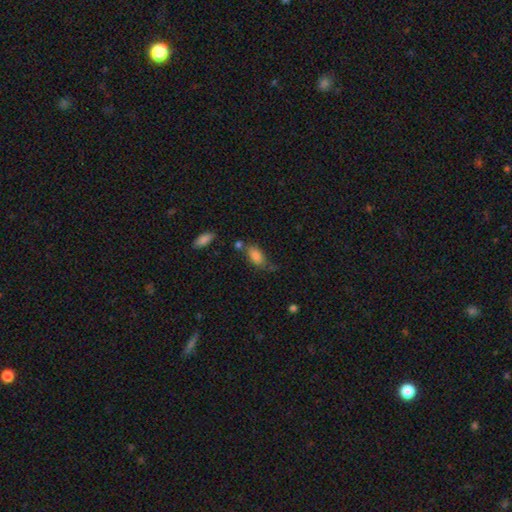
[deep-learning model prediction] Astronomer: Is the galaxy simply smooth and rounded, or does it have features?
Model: smooth — 84%.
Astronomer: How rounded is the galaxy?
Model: in between — 89%.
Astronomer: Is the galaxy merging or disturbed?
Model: none — 47% (runner-up: minor disturbance, 27%).